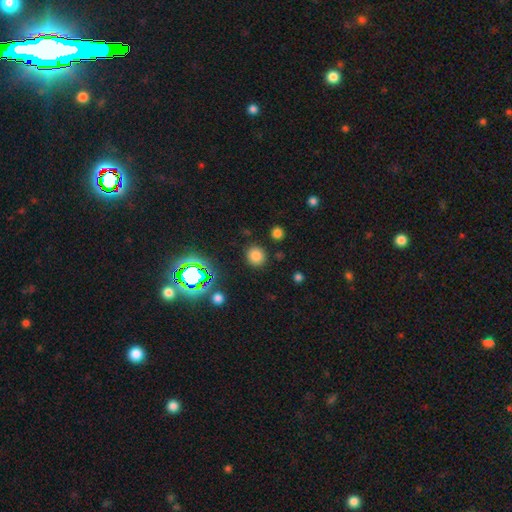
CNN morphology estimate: Q: Smooth or featured?
A: smooth (76%); runner-up: star or artifact (19%)
Q: How rounded?
A: round (90%); runner-up: in between (9%)
Q: Merging?
A: none (87%); runner-up: minor disturbance (7%)